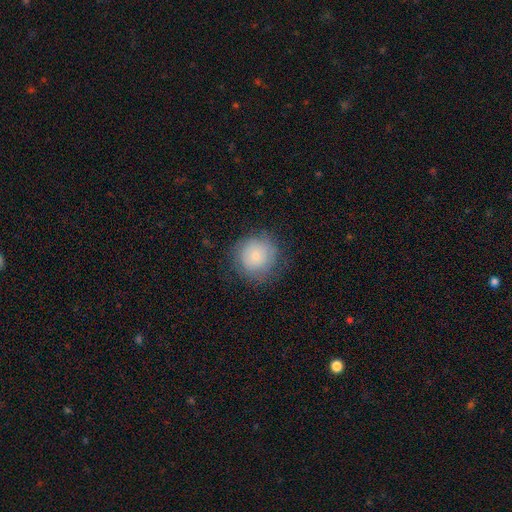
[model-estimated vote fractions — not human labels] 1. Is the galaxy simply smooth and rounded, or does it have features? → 74% smooth, 18% featured or disk, 8% star or artifact.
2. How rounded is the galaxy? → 93% round, 6% in between, 1% cigar-shaped.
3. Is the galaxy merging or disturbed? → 77% none, 15% minor disturbance, 7% major disturbance, 1% merger.